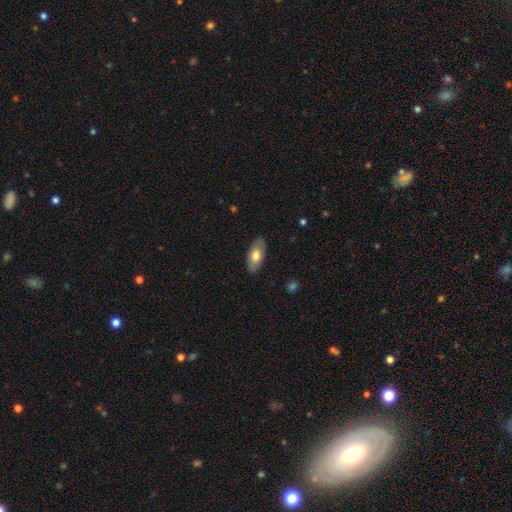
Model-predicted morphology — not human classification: smooth-or-featured: smooth: 66% | featured or disk: 28% | star or artifact: 6%
  how-rounded: in between: 91% | cigar-shaped: 7% | round: 3%
  merging: none: 85% | minor disturbance: 11% | major disturbance: 2% | merger: 1%